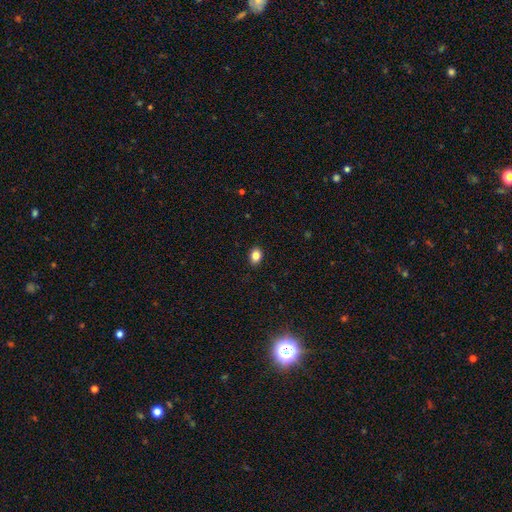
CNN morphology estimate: This is clearly a smooth galaxy (84%). How rounded: likely in between (71%). Merging: clearly none (89%).